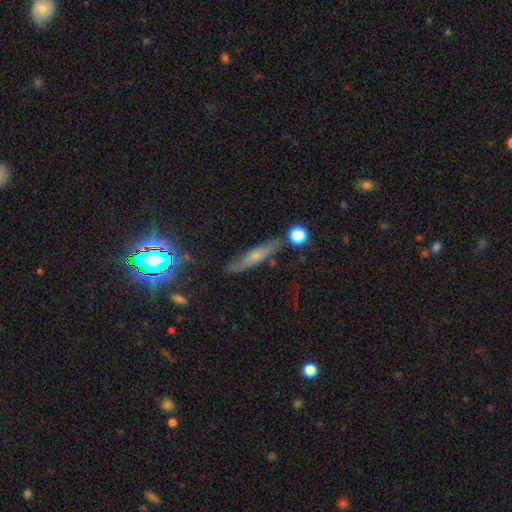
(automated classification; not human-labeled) This appears to be a smooth galaxy with no disk features (45%). Merging: none (77%).